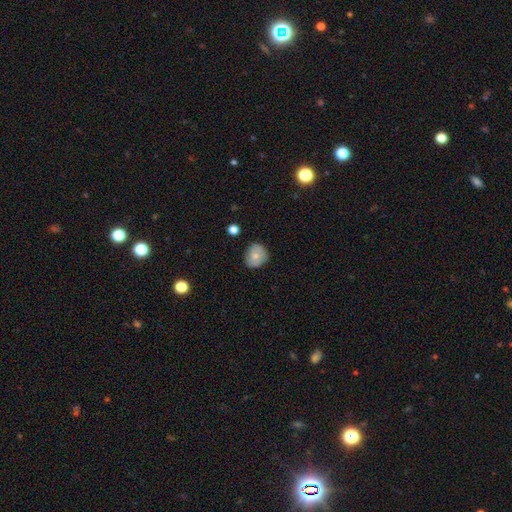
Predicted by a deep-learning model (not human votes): Morphology: type=smooth (75%); roundness=round (71%); merging=none (77%).